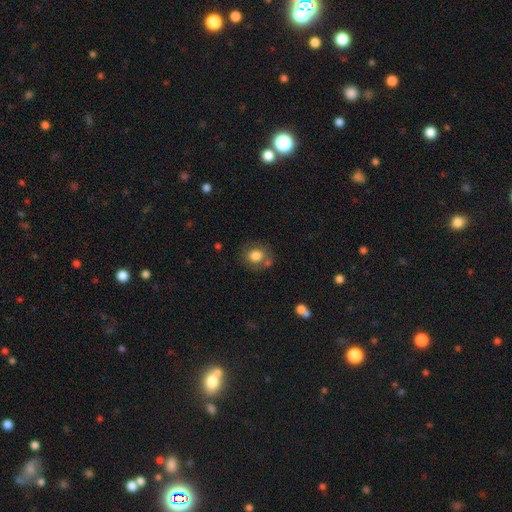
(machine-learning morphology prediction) A smooth galaxy with no disk features (80%) that is round (76%).

Vote fractions:
- Smooth or featured? smooth: 80% / featured or disk: 11% / star or artifact: 9%
- How rounded? round: 76% / in between: 23% / cigar-shaped: 1%
- Merging? none: 72% / minor disturbance: 15% / merger: 8% / major disturbance: 5%